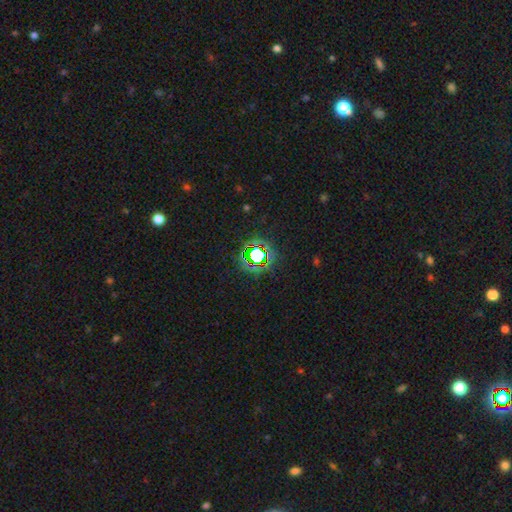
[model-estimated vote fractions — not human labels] Morphology: type=star or artifact (69%).